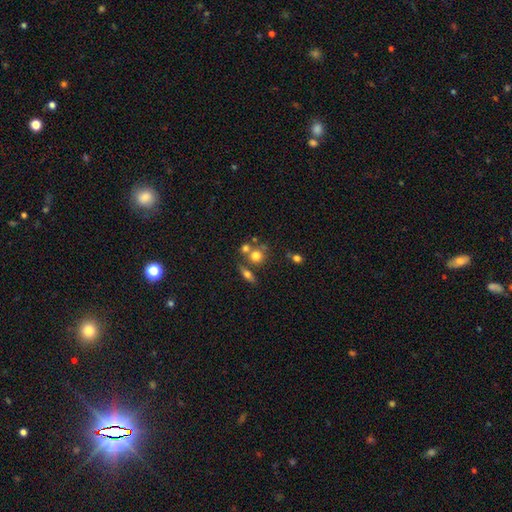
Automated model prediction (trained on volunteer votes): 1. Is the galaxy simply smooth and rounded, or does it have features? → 70% smooth, 18% featured or disk, 12% star or artifact.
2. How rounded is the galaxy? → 79% round, 19% in between, 2% cigar-shaped.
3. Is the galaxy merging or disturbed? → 50% none, 34% merger, 11% minor disturbance, 5% major disturbance.